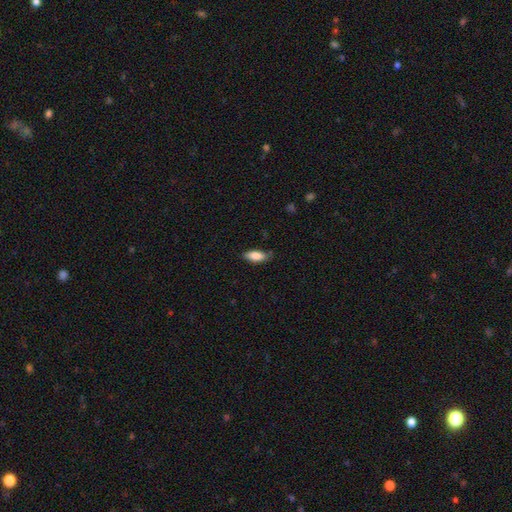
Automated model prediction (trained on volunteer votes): smooth 84%, featured or disk 10%, star or artifact 6%. Down the decision tree: how rounded — in between (76%); merging — none (77%).